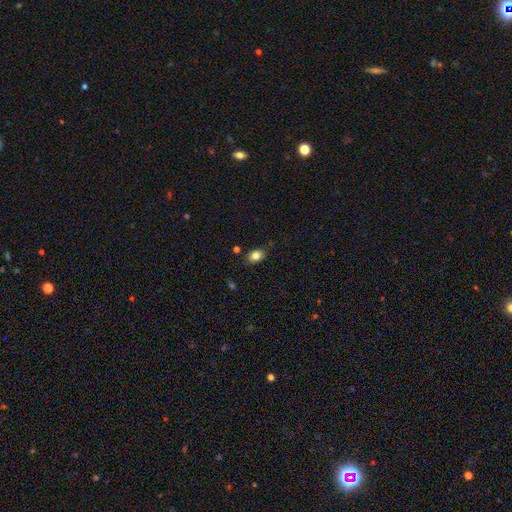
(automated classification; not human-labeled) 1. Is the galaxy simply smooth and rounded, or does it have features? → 82% smooth, 10% star or artifact, 8% featured or disk.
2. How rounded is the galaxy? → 72% in between, 27% round, 1% cigar-shaped.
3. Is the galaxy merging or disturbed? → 81% none, 14% minor disturbance, 3% major disturbance, 2% merger.